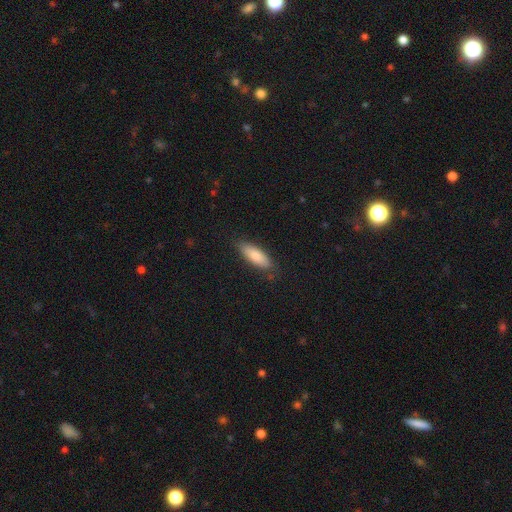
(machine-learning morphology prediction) Overall: smooth (82%). How rounded: in between (58%; cigar-shaped 40%). Merging: none (82%).